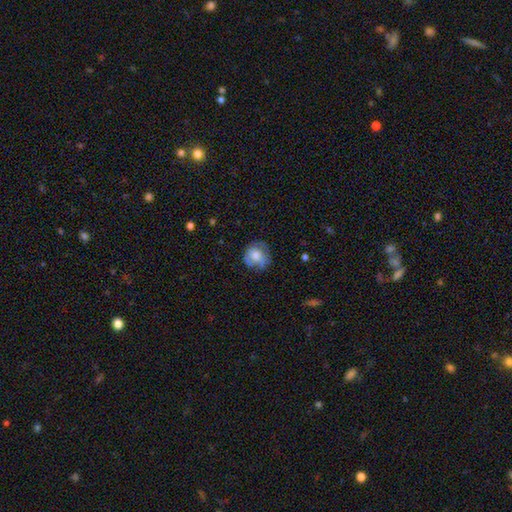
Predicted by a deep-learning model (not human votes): smooth_or_featured: smooth (p=0.58) [alt: featured or disk p=0.34]
how_rounded: round (p=0.78) [alt: in between p=0.21]
merging: none (p=0.60) [alt: minor disturbance p=0.26]